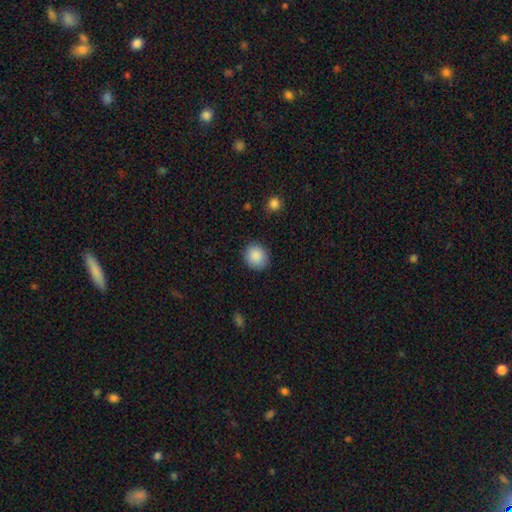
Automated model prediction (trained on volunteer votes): This is clearly a smooth galaxy (89%). How rounded: likely round (80%). Merging: clearly none (87%).